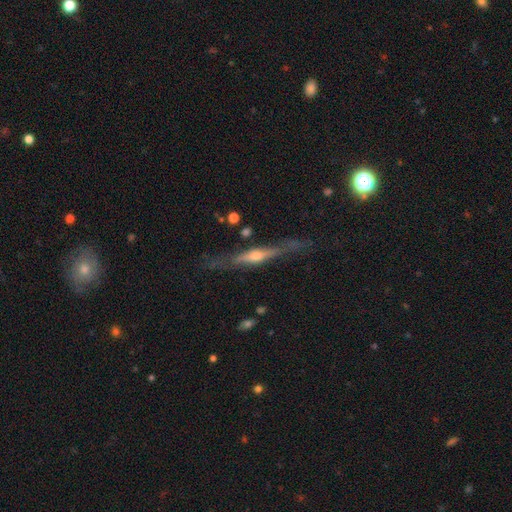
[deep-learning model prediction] featured or disk 76%, smooth 18%, star or artifact 6%. Down the decision tree: edge-on disk — yes (95%); edge-on bulge — rounded (84%); merging — none (77%).